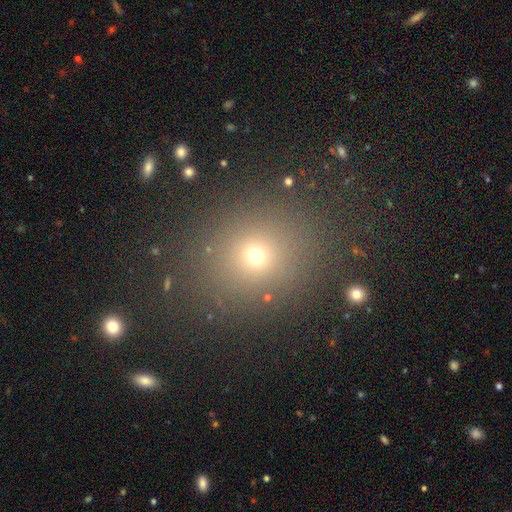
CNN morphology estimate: A smooth galaxy with no disk features (65%) that is round (74%).

Vote fractions:
- Smooth or featured? smooth: 65% / star or artifact: 26% / featured or disk: 9%
- How rounded? round: 74% / in between: 25% / cigar-shaped: 1%
- Merging? none: 86% / minor disturbance: 8% / major disturbance: 4% / merger: 2%